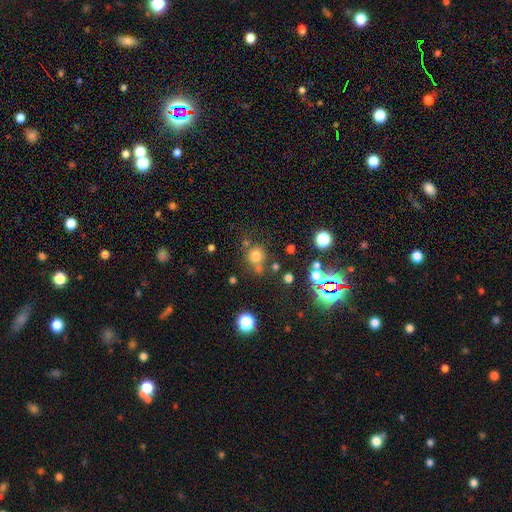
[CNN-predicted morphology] Overall: smooth (73%). How rounded: round (89%). Merging: none (67%).